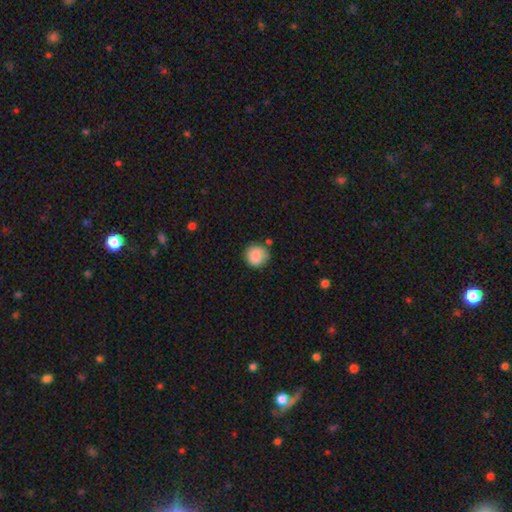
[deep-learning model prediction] A smooth galaxy with no disk features (87%) that is round (91%).

Vote fractions:
- Smooth or featured? smooth: 87% / star or artifact: 8% / featured or disk: 5%
- How rounded? round: 91% / in between: 8% / cigar-shaped: 1%
- Merging? none: 77% / minor disturbance: 15% / merger: 5% / major disturbance: 4%